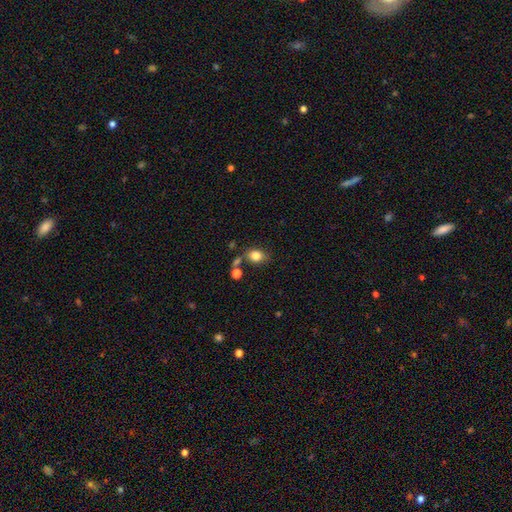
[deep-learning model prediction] smooth-or-featured: smooth: 82% | star or artifact: 10% | featured or disk: 7%
  how-rounded: in between: 55% | round: 44% | cigar-shaped: 1%
  merging: none: 67% | minor disturbance: 15% | merger: 12% | major disturbance: 5%